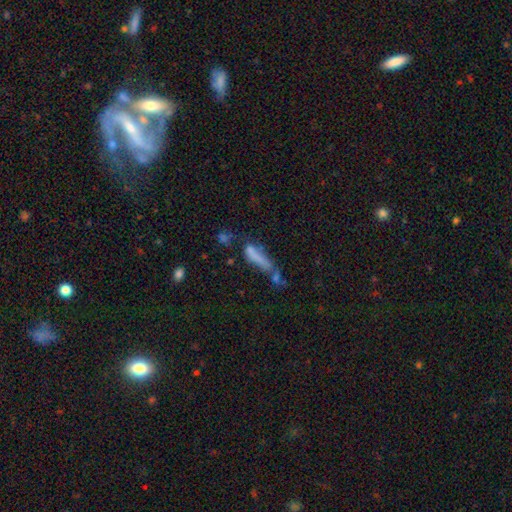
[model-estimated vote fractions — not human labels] A smooth galaxy with no disk features (62%) that is cigar-shaped (69%). Merging: none (30%).